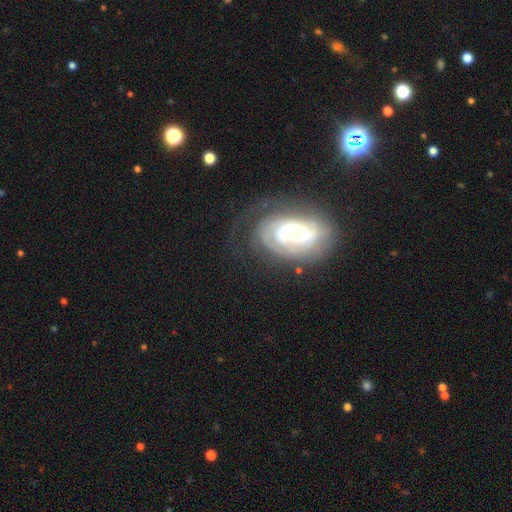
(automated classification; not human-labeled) A featured or disk galaxy (59%) with no bar (41%), spiral arms (73%) and a moderate central bulge (40%). Merging: none (70%).